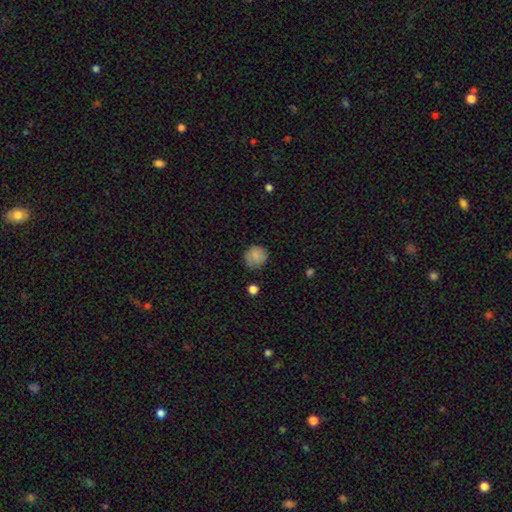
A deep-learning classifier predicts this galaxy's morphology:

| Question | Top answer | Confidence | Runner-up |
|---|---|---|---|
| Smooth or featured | smooth | 83% | star or artifact (10%) |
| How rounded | round | 86% | in between (13%) |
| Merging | none | 77% | minor disturbance (17%) |